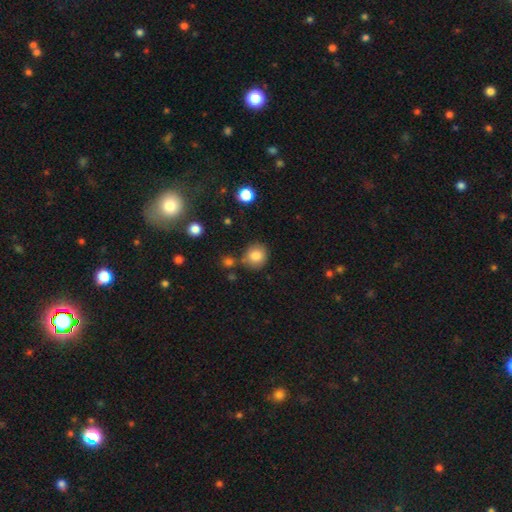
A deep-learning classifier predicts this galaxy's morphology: smooth 83%, star or artifact 10%, featured or disk 7%. Down the decision tree: how rounded — round (85%); merging — none (78%).